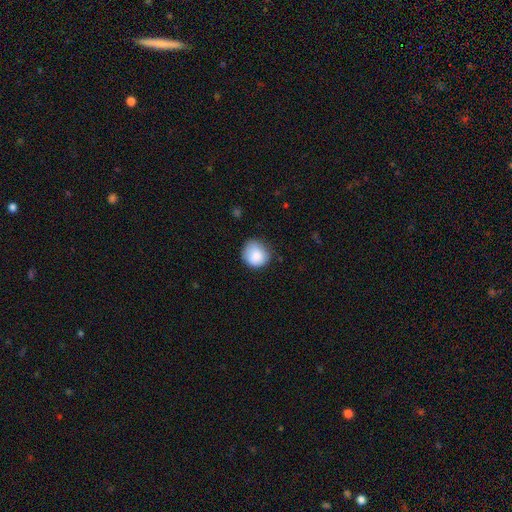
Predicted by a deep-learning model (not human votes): smooth_or_featured: smooth (p=0.87) [alt: star or artifact p=0.08]
how_rounded: round (p=0.85) [alt: in between p=0.14]
merging: none (p=0.71) [alt: minor disturbance p=0.23]